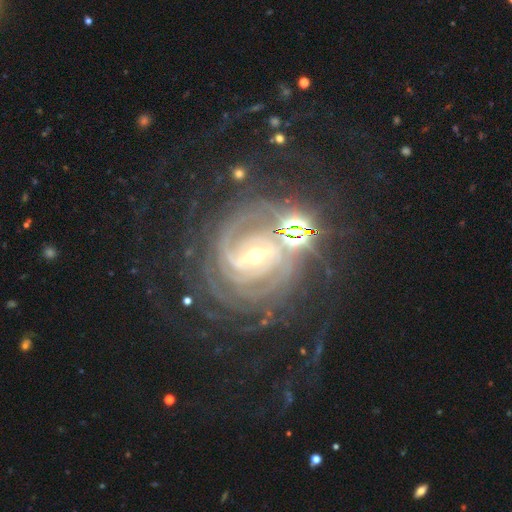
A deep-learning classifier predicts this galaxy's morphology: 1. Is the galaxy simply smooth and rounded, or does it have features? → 86% featured or disk, 10% star or artifact, 4% smooth.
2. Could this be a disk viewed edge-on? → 97% no, 3% yes.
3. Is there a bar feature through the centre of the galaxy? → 50% strong, 36% weak, 15% no.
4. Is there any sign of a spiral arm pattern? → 98% yes, 2% no.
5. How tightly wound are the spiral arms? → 71% tight, 23% medium, 5% loose.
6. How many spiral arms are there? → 23% can't tell, 21% 2, 19% 3, 16% 4, 12% more than 4, 9% 1.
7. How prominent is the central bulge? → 54% small, 40% moderate, 3% large, 1% none, 1% dominant.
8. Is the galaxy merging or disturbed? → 66% none, 15% minor disturbance, 13% major disturbance, 5% merger.